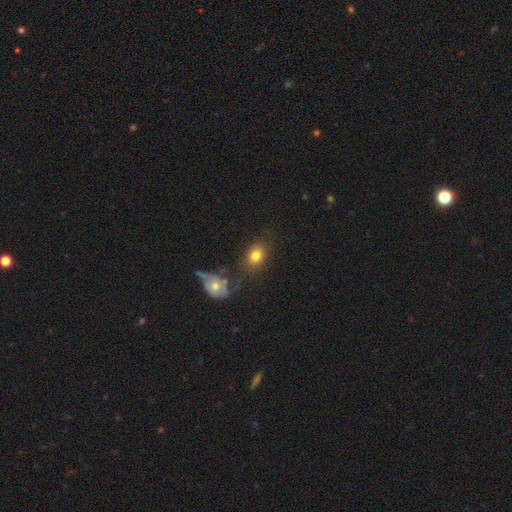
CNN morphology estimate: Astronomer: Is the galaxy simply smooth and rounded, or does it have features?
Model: smooth — 80%.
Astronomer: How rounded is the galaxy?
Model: in between — 64%.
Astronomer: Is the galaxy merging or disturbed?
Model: none — 68%.